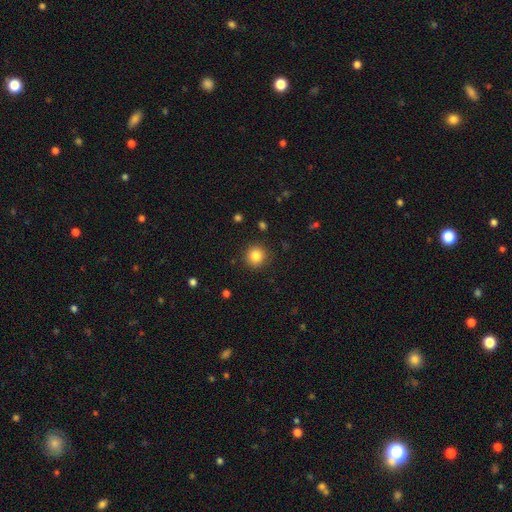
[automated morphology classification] This is clearly a smooth galaxy (84%). How rounded: clearly round (93%). Merging: clearly none (90%).